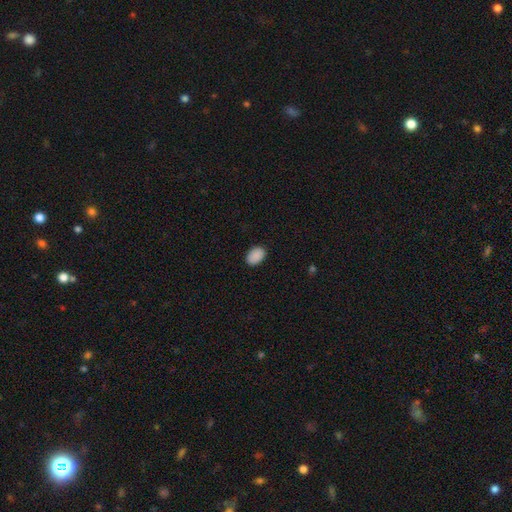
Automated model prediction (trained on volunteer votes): Smooth or featured? smooth (90%)
How rounded? in between (85%)
Merging? none (88%)